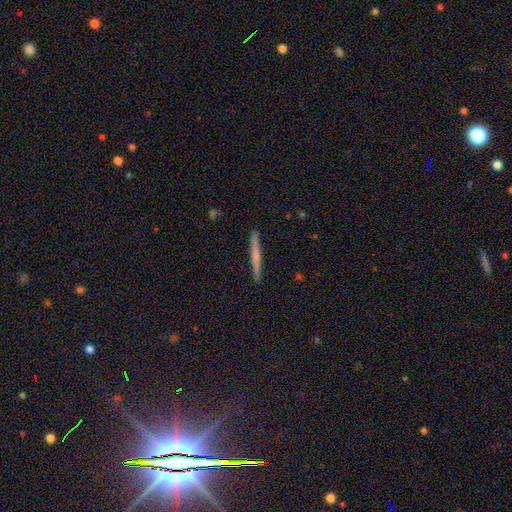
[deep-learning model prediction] A smooth galaxy with no disk features (56%) that is cigar-shaped (96%). Merging: none (92%).